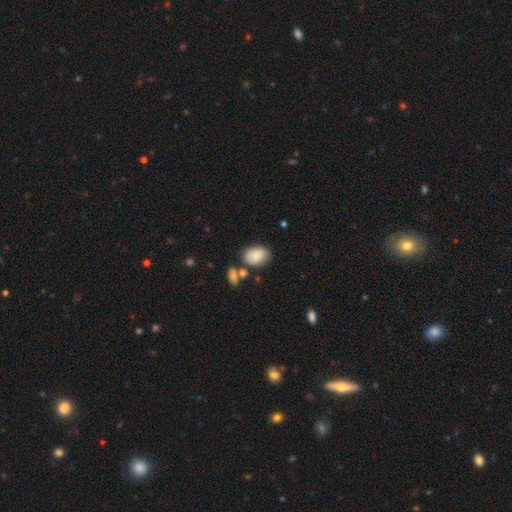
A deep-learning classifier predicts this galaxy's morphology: Smooth or featured? Predicted: smooth (p=0.82). How rounded? Predicted: in between (p=0.83). Merging? Predicted: none (p=0.63).